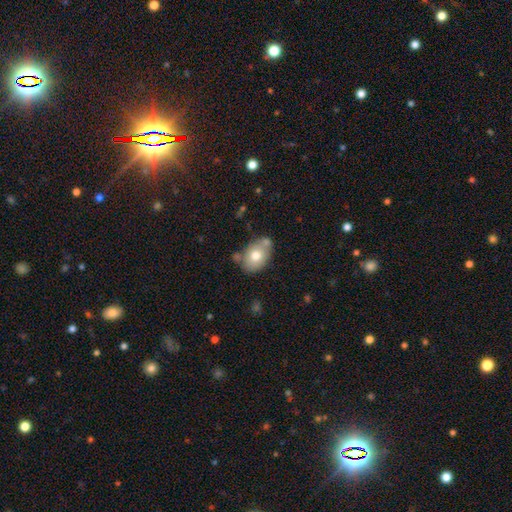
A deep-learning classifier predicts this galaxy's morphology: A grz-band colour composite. It shows a smooth galaxy with no disk features (71%) that is in between round and cigar-shaped (78%). Merging: none (61%).